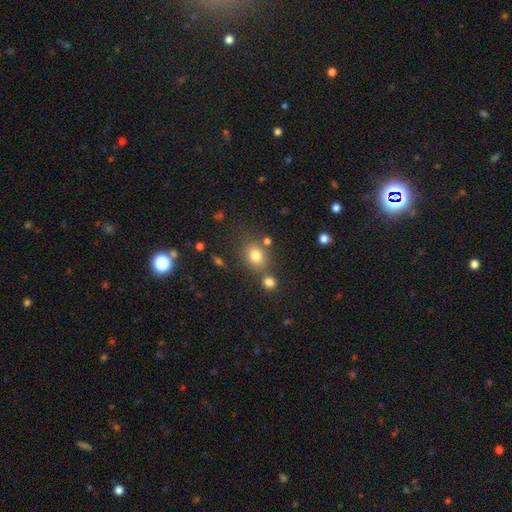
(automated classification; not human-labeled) Smooth or featured? Predicted: smooth (p=0.78). How rounded? Predicted: round (p=0.53). Merging? Predicted: none (p=0.69).